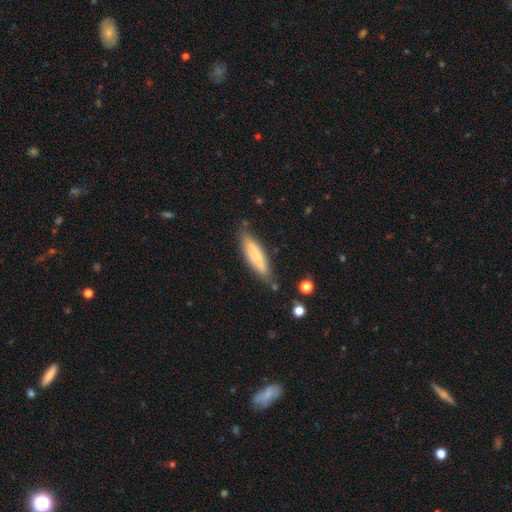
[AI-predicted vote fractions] Smooth or featured?
  - smooth: 68% *
  - featured or disk: 27%
  - star or artifact: 6%
How rounded?
  - cigar-shaped: 72% *
  - in between: 27%
  - round: 1%
Merging?
  - none: 79% *
  - minor disturbance: 16%
  - major disturbance: 3%
  - merger: 3%